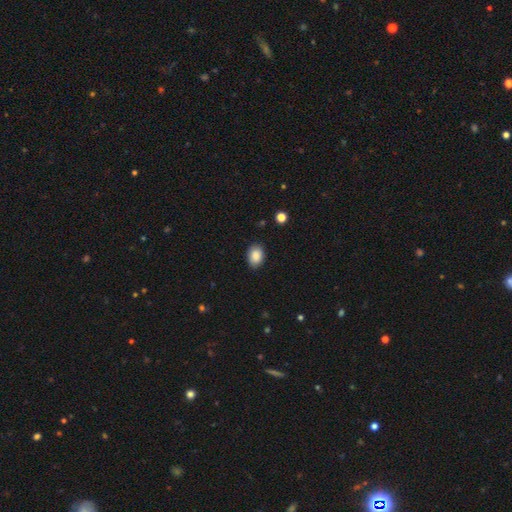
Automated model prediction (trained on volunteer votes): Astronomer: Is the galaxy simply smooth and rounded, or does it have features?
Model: smooth — 88%.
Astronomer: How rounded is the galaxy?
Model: in between — 77%.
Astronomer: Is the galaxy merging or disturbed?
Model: none — 85%.